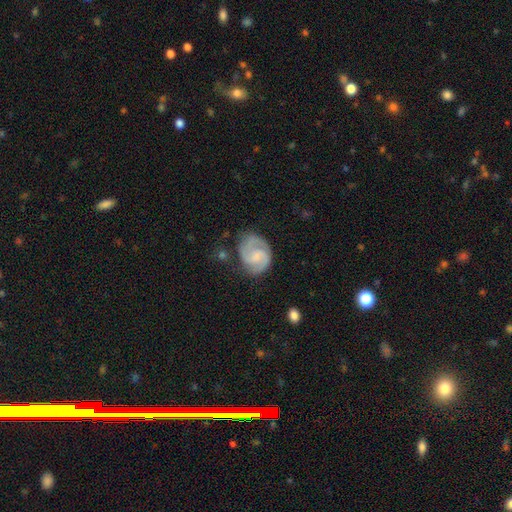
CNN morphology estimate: featured or disk 81%, smooth 14%, star or artifact 5%. Down the decision tree: edge-on disk — no (98%); bar — weak (49%); spiral arms — yes (96%); spiral arm count — 2 (87%); spiral winding — medium (50%); bulge size — none (42%); merging — none (69%).